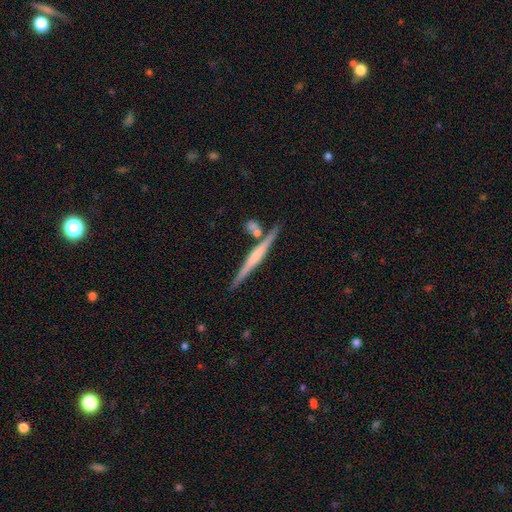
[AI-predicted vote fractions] The model was most divided on "edge-on bulge": none: 42%, rounded: 39%, boxy: 19%. More confident: edge-on disk — yes (97%); merging — none (79%); smooth or featured — featured or disk (63%).